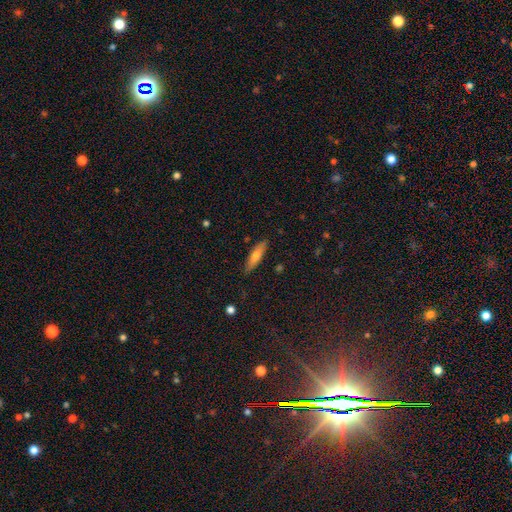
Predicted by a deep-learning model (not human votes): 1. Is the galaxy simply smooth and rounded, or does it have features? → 58% smooth, 35% featured or disk, 7% star or artifact.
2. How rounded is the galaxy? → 76% cigar-shaped, 22% in between, 2% round.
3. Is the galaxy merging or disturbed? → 88% none, 9% minor disturbance, 2% major disturbance, 1% merger.